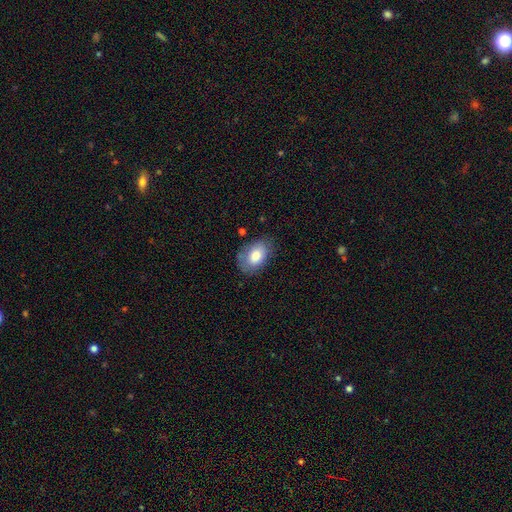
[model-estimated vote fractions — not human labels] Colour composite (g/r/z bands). It shows a smooth galaxy with no disk features (80%) that is in between round and cigar-shaped (87%). Merging: none (72%).